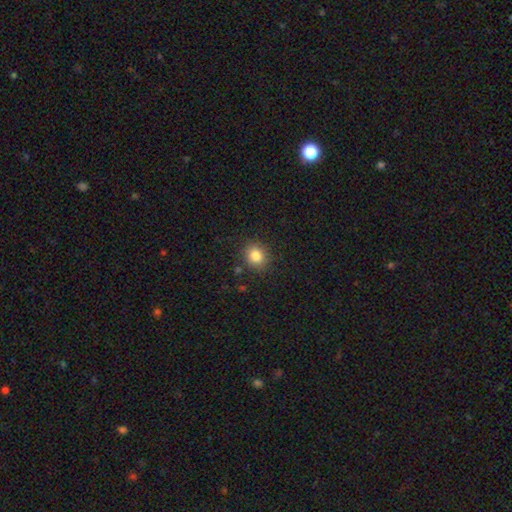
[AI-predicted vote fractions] smooth-or-featured: smooth: 83% | star or artifact: 11% | featured or disk: 6%
  how-rounded: round: 72% | in between: 27% | cigar-shaped: 1%
  merging: none: 86% | minor disturbance: 9% | major disturbance: 3% | merger: 2%